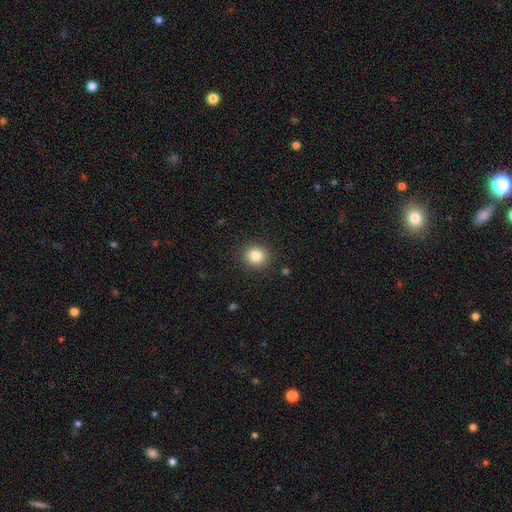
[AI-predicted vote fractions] smooth-or-featured: smooth: 83% | star or artifact: 11% | featured or disk: 6%
  how-rounded: round: 89% | in between: 10% | cigar-shaped: 1%
  merging: none: 91% | minor disturbance: 6% | major disturbance: 2% | merger: 1%